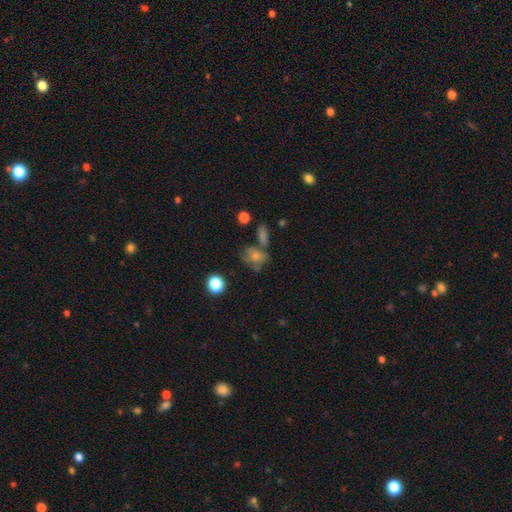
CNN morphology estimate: smooth_or_featured: smooth (p=0.64) [alt: featured or disk p=0.23]
how_rounded: in between (p=0.56) [alt: round p=0.42]
merging: none (p=0.42) [alt: merger p=0.24]